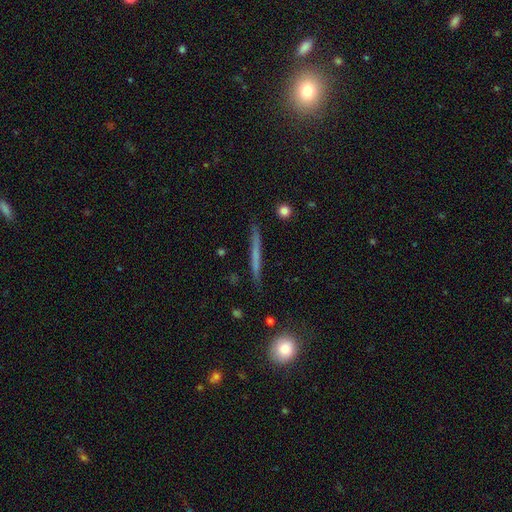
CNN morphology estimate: A smooth galaxy with no disk features (47%). Merging: none (88%).